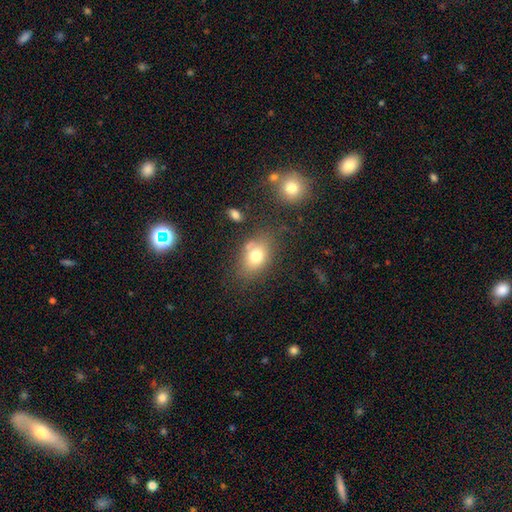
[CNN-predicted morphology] A smooth galaxy with no disk features (74%) that is in between round and cigar-shaped (71%). Merging: none (64%).